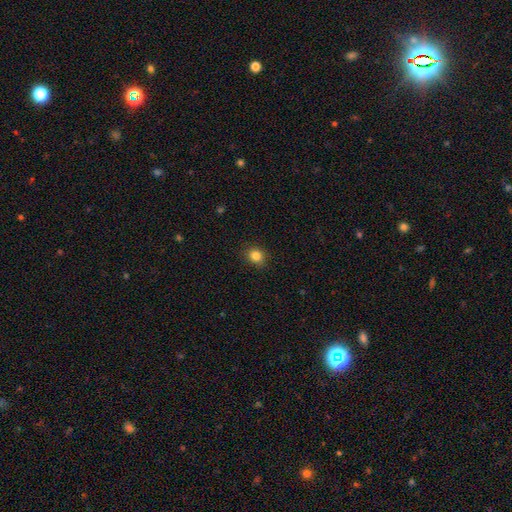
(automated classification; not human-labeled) This is clearly a smooth galaxy (84%). How rounded: likely round (74%). Merging: clearly none (89%).